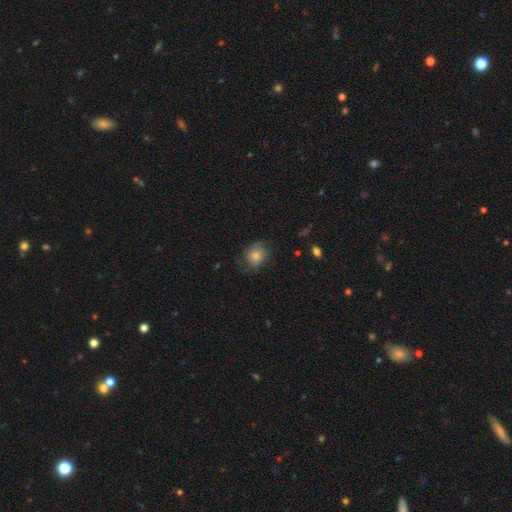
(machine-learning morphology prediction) Smooth or featured: smooth — 57% (featured or disk — 32%)
How rounded: round — 71% (in between — 28%)
Merging: none — 64% (minor disturbance — 23%)